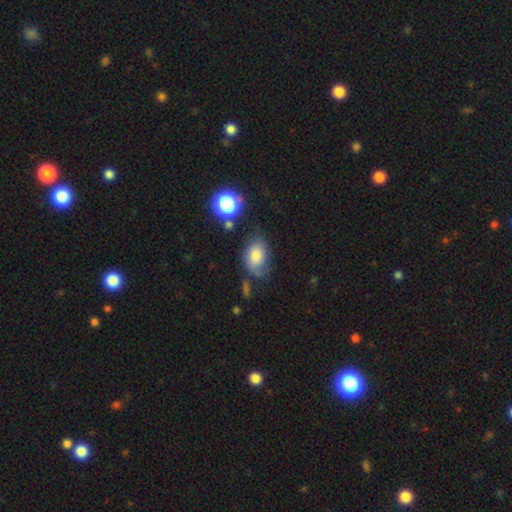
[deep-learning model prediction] Q: Smooth or featured?
A: smooth (69%); runner-up: featured or disk (21%)
Q: How rounded?
A: in between (81%); runner-up: round (17%)
Q: Merging?
A: none (49%); runner-up: minor disturbance (31%)